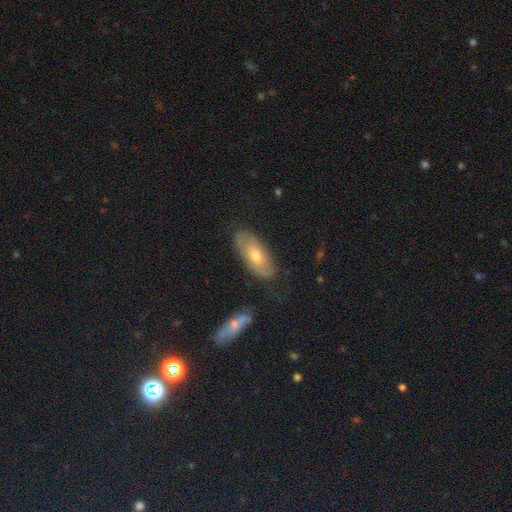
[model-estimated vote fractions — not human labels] A featured or disk galaxy (47%).

Vote fractions:
- Smooth or featured? featured or disk: 47% / smooth: 46% / star or artifact: 7%
- Merging? none: 76% / minor disturbance: 17% / major disturbance: 4% / merger: 3%